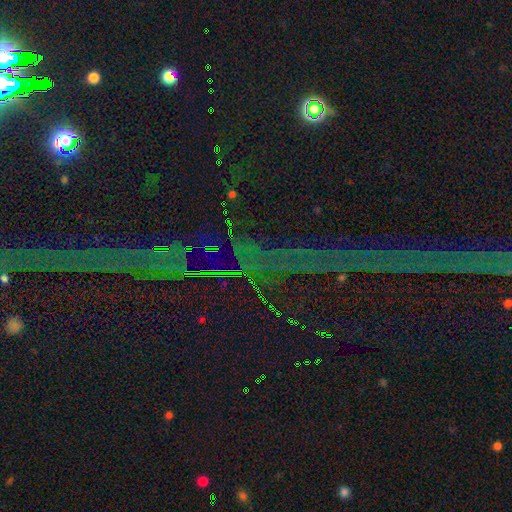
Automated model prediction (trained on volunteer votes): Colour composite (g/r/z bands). It shows a star or artifact, not a galaxy (85%).